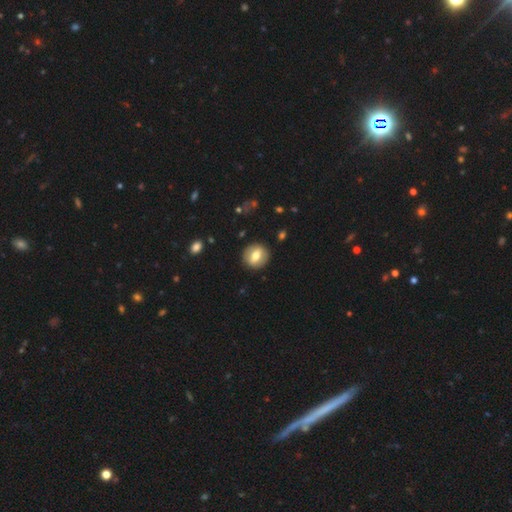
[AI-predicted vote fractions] Morphology: type=smooth (61%); roundness=round (75%); merging=none (88%).